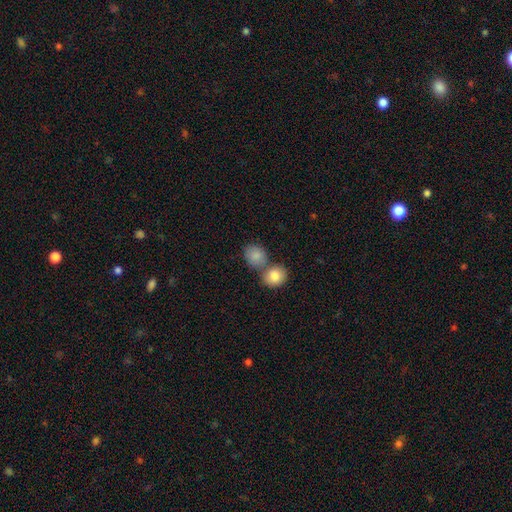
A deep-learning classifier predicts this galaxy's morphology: A smooth galaxy with no disk features (86%) that is round (61%).

Vote fractions:
- Smooth or featured? smooth: 86% / star or artifact: 8% / featured or disk: 7%
- How rounded? round: 61% / in between: 38% / cigar-shaped: 1%
- Merging? none: 43% (tied) / merger: 43% (tied) / minor disturbance: 10% / major disturbance: 4%